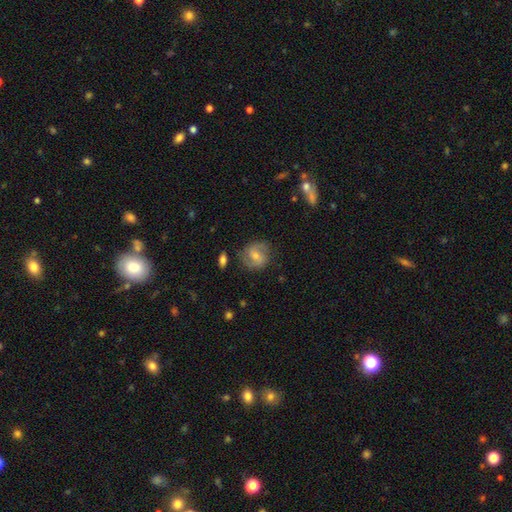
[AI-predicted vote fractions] Smooth or featured: featured or disk — 54% (smooth — 39%)
Edge-on disk: no — 96% (yes — 4%)
Bar: weak — 47% (no — 35%)
Spiral arms: yes — 84% (no — 16%)
Bulge size: moderate — 48% (small — 43%)
Merging: none — 73% (minor disturbance — 18%)